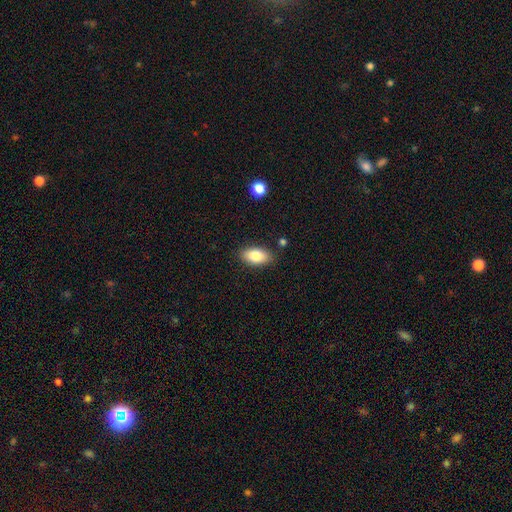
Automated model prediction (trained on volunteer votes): Overall: smooth (83%). How rounded: in between (92%). Merging: none (85%).